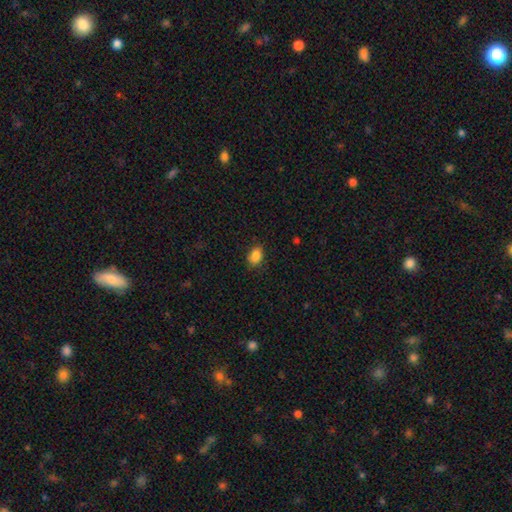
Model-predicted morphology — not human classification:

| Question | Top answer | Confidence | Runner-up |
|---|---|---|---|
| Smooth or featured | smooth | 86% | star or artifact (9%) |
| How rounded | in between | 77% | round (21%) |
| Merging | none | 81% | minor disturbance (15%) |